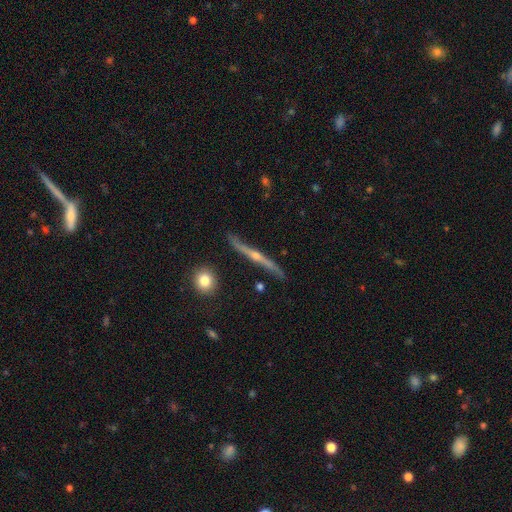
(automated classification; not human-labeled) Q: Smooth or featured?
A: featured or disk (81%); runner-up: smooth (12%)
Q: Edge-on disk?
A: yes (95%); runner-up: no (5%)
Q: Edge-on bulge?
A: rounded (81%); runner-up: none (15%)
Q: Merging?
A: none (82%); runner-up: minor disturbance (13%)